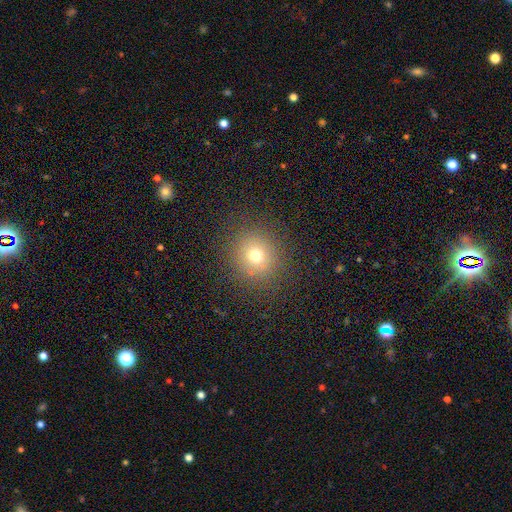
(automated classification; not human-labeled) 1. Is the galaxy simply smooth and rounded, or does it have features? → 70% smooth, 19% star or artifact, 11% featured or disk.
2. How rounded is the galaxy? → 90% round, 9% in between, 1% cigar-shaped.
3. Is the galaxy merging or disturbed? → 87% none, 8% minor disturbance, 4% major disturbance, 1% merger.